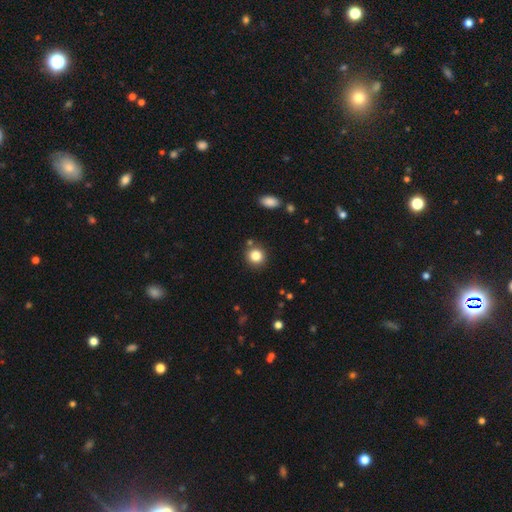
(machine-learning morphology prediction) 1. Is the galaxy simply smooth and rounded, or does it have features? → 83% smooth, 11% star or artifact, 6% featured or disk.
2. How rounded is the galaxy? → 88% round, 11% in between, 1% cigar-shaped.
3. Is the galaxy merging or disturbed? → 85% none, 8% minor disturbance, 5% merger, 2% major disturbance.